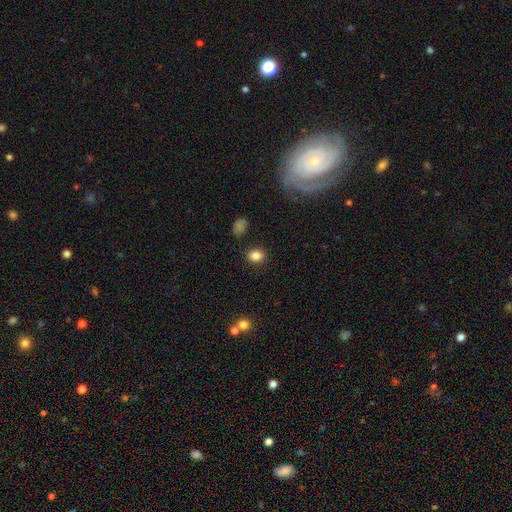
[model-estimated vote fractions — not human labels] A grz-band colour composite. It shows a smooth galaxy with no disk features (84%) that is round (50%). Merging: none (85%).